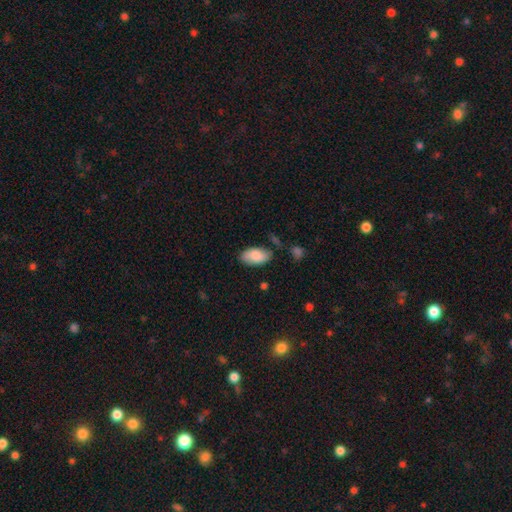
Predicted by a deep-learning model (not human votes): Overall: smooth (84%). How rounded: in between (95%). Merging: none (74%).